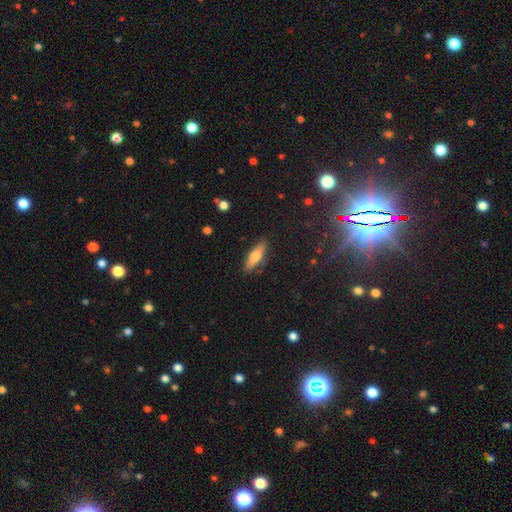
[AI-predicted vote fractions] A smooth galaxy with no disk features (66%) that is cigar-shaped (53%).

Vote fractions:
- Smooth or featured? smooth: 66% / featured or disk: 28% / star or artifact: 7%
- How rounded? cigar-shaped: 53% / in between: 45% / round: 2%
- Merging? none: 86% / minor disturbance: 10% / major disturbance: 2% / merger: 1%